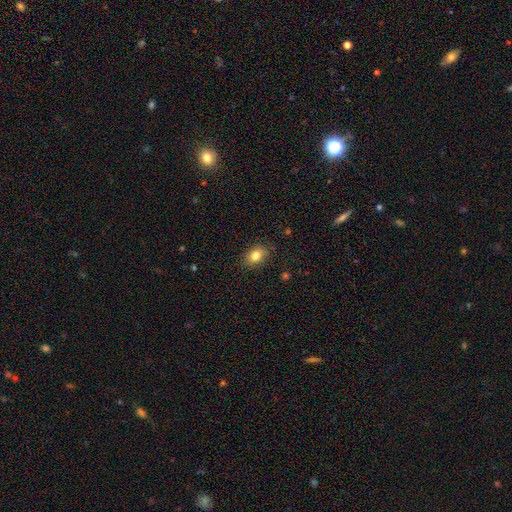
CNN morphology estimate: type=smooth (82%); roundness=in between (80%); merging=none (86%).